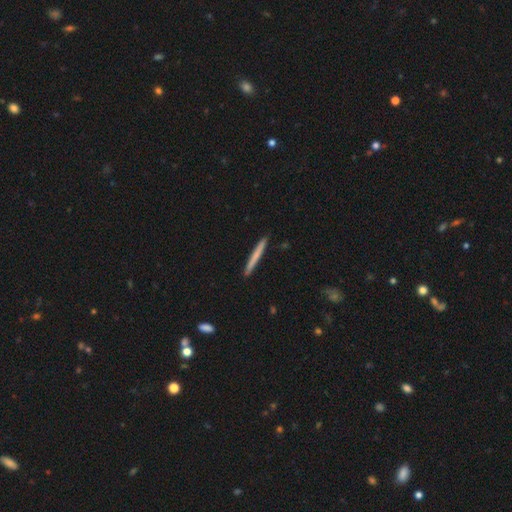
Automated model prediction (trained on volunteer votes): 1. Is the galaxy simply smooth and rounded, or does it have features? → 61% smooth, 34% featured or disk, 5% star or artifact.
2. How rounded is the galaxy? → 97% cigar-shaped, 2% in between, 1% round.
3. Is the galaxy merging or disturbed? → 92% none, 6% minor disturbance, 1% merger, 1% major disturbance.